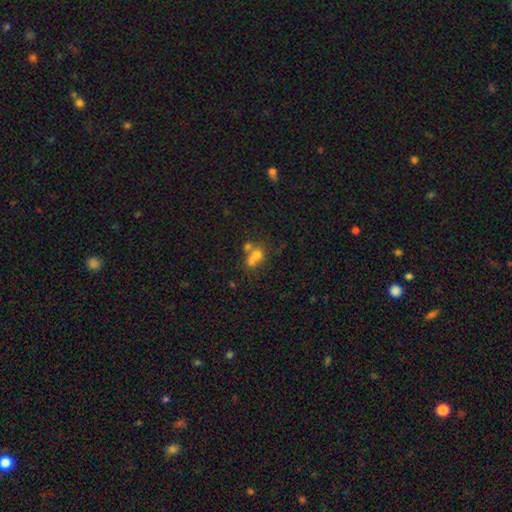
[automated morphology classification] Q: Smooth or featured?
A: smooth (68%); runner-up: featured or disk (18%)
Q: How rounded?
A: round (52%); runner-up: in between (47%)
Q: Merging?
A: merger (55%); runner-up: none (26%)